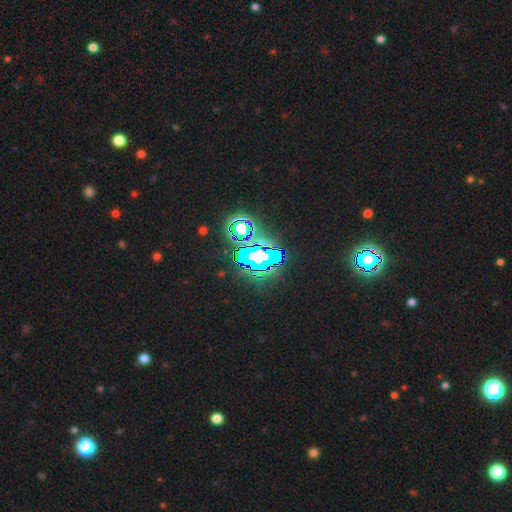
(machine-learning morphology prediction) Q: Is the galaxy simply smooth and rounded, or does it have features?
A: star or artifact — 73%.